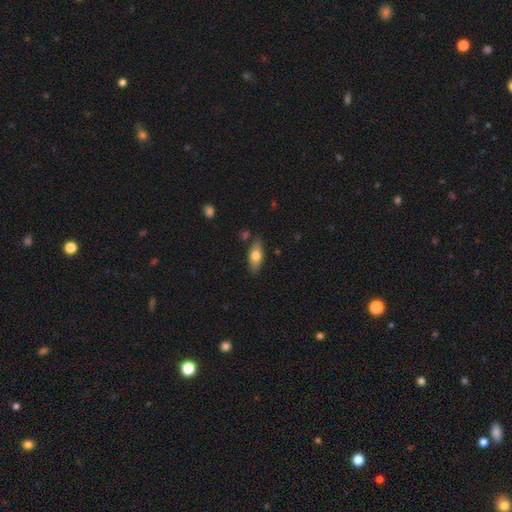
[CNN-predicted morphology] smooth_or_featured: smooth (p=0.69) [alt: featured or disk p=0.24]
how_rounded: in between (p=0.80) [alt: cigar-shaped p=0.16]
merging: none (p=0.81) [alt: minor disturbance p=0.13]